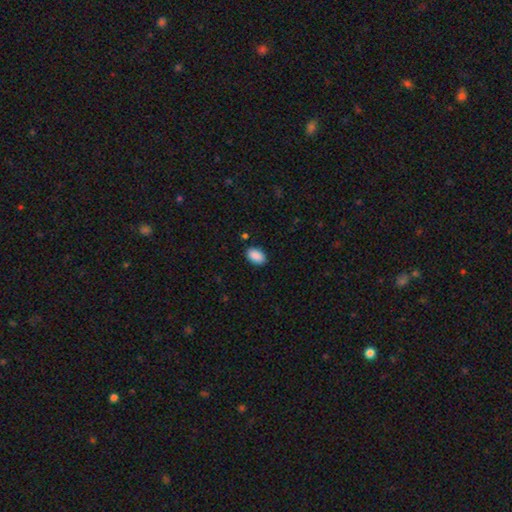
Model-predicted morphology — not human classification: This appears to be a smooth galaxy with no disk features (90%) that is in between round and cigar-shaped (92%). Merging: none (87%).